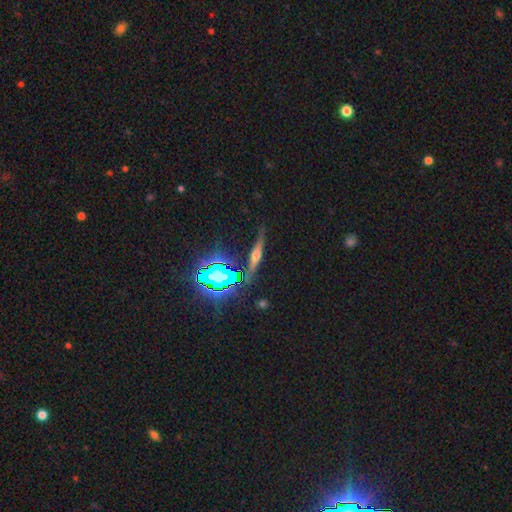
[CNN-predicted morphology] Smooth or featured: featured or disk — 60% (smooth — 21%)
Edge-on disk: yes — 94% (no — 6%)
Edge-on bulge: rounded — 84% (boxy — 11%)
Merging: none — 82% (minor disturbance — 12%)